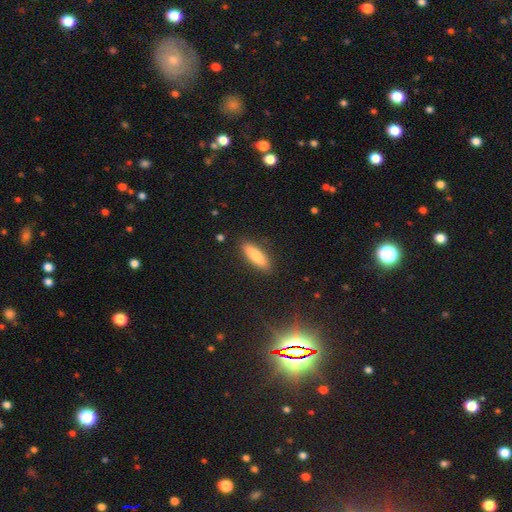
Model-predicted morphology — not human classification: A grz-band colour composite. It shows a smooth galaxy with no disk features (80%) that is cigar-shaped (60%). Merging: none (87%).